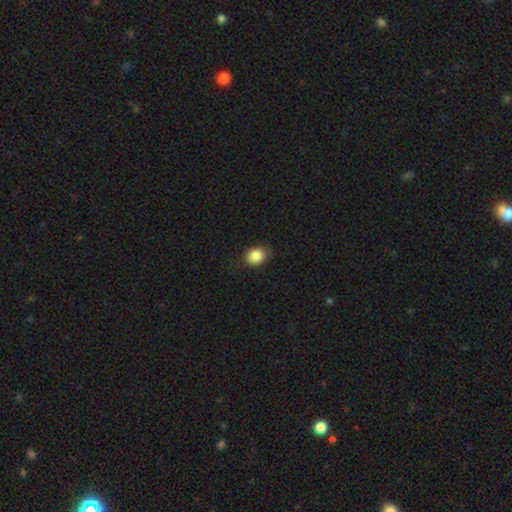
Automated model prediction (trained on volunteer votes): This appears to be a smooth galaxy with no disk features (85%) that is round (58%). Merging: none (75%).